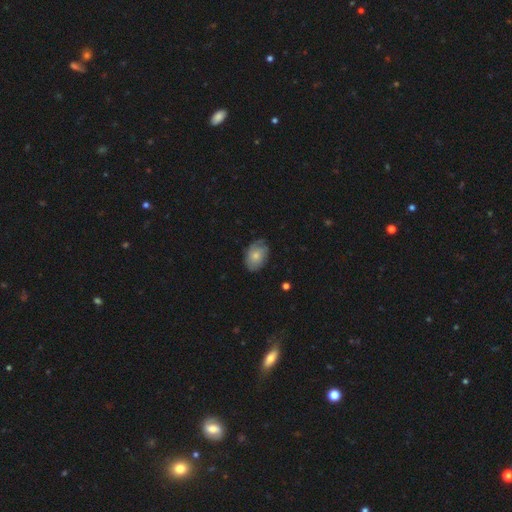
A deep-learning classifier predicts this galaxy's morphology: Smooth or featured? Predicted: smooth (p=0.62). How rounded? Predicted: in between (p=0.81). Merging? Predicted: none (p=0.67).